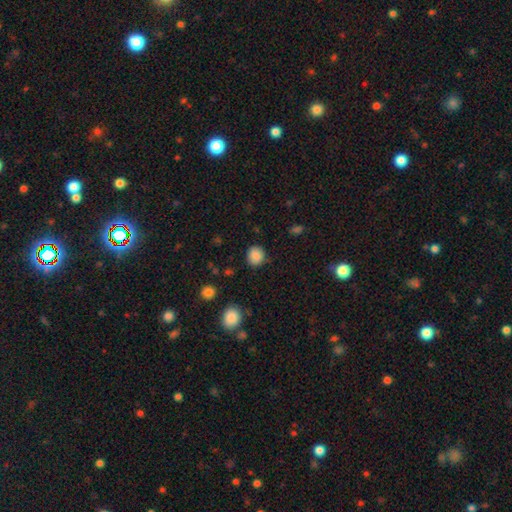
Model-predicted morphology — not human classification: smooth_or_featured: smooth (p=0.85) [alt: star or artifact p=0.09]
how_rounded: round (p=0.80) [alt: in between p=0.19]
merging: none (p=0.84) [alt: minor disturbance p=0.12]